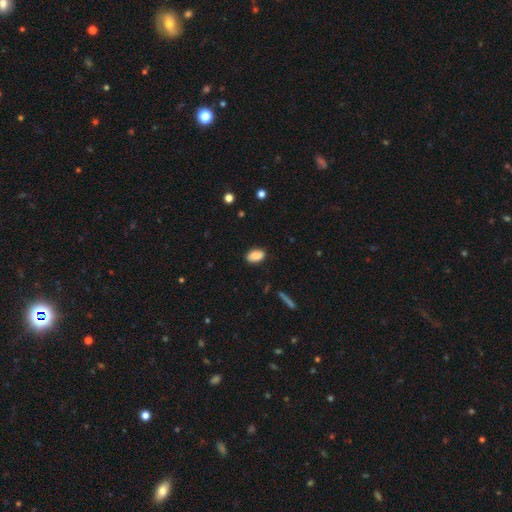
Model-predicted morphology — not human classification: Q: Smooth or featured?
A: smooth (84%); runner-up: featured or disk (8%)
Q: How rounded?
A: in between (90%); runner-up: round (8%)
Q: Merging?
A: none (85%); runner-up: minor disturbance (11%)